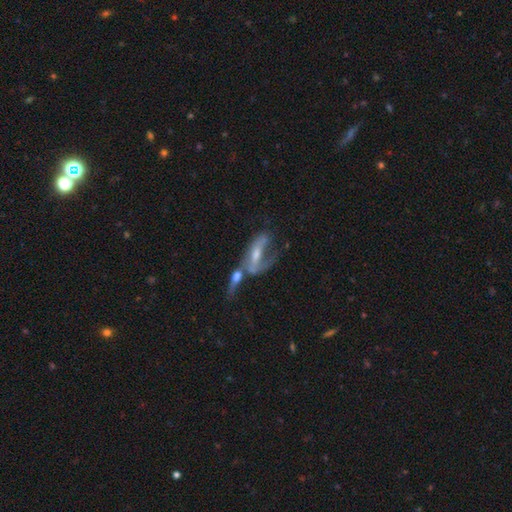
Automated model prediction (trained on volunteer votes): featured or disk 70%, smooth 21%, star or artifact 9%. Down the decision tree: edge-on disk — no (80%); bar — no (39%); spiral arms — yes (70%); bulge size — small (44%, tied with moderate); merging — merger (50%).